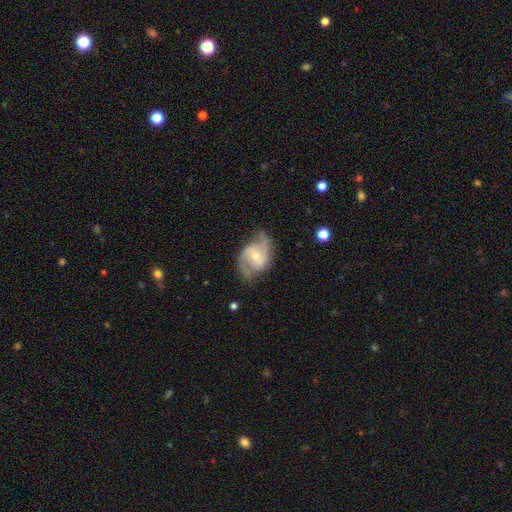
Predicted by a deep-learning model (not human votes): Q: Smooth or featured?
A: featured or disk (80%); runner-up: smooth (14%)
Q: Edge-on disk?
A: no (96%); runner-up: yes (4%)
Q: Bar?
A: no (52%); runner-up: weak (37%)
Q: Spiral arms?
A: yes (91%); runner-up: no (9%)
Q: Spiral winding?
A: medium (49%); runner-up: loose (28%)
Q: Spiral arm count?
A: 2 (84%); runner-up: can't tell (8%)
Q: Bulge size?
A: moderate (54%); runner-up: small (42%)
Q: Merging?
A: none (65%); runner-up: minor disturbance (23%)